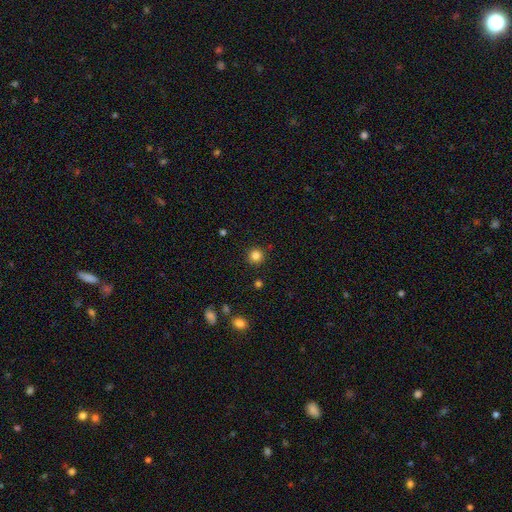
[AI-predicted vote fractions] A smooth galaxy with no disk features (83%) that is round (94%).

Vote fractions:
- Smooth or featured? smooth: 83% / star or artifact: 12% / featured or disk: 4%
- How rounded? round: 94% / in between: 5% / cigar-shaped: 1%
- Merging? none: 90% / minor disturbance: 6% / major disturbance: 2% / merger: 2%